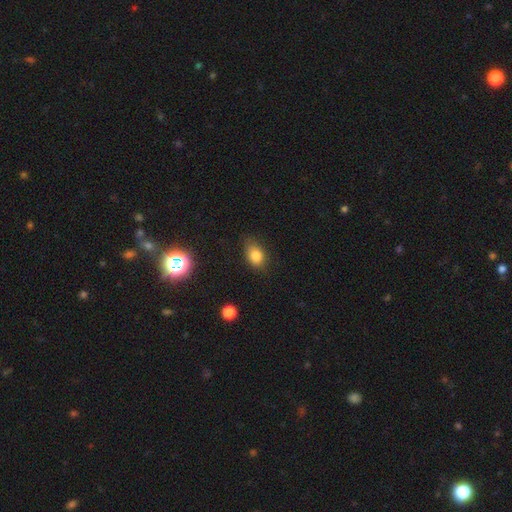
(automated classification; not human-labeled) The model was most divided on "merging": none: 72%, minor disturbance: 22%, major disturbance: 5%, merger: 1%. More confident: smooth or featured — smooth (81%); how rounded — in between (74%).